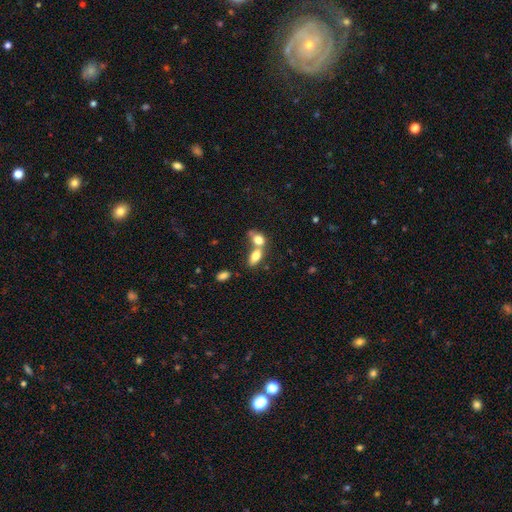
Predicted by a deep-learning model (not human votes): Overall: smooth (77%). How rounded: in between (81%). Merging: merger (61%; none 28%).